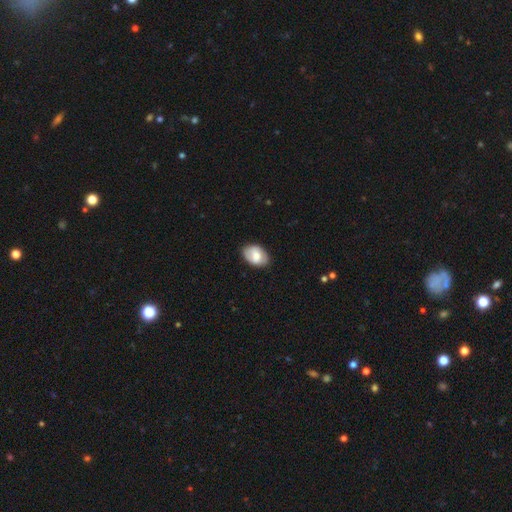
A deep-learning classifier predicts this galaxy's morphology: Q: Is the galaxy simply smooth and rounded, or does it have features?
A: smooth — 70%.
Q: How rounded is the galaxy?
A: in between — 83%.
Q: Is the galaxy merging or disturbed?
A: none — 80%.